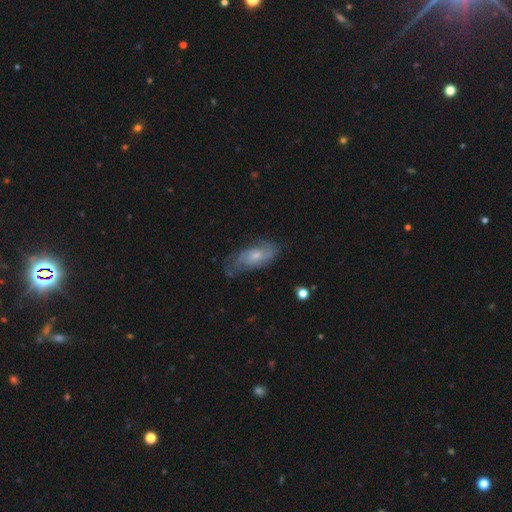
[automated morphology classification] Q: Smooth or featured?
A: featured or disk (59%); runner-up: smooth (34%)
Q: Edge-on disk?
A: no (91%); runner-up: yes (9%)
Q: Bar?
A: no (71%); runner-up: weak (25%)
Q: Spiral arms?
A: yes (81%); runner-up: no (19%)
Q: Bulge size?
A: small (56%); runner-up: moderate (36%)
Q: Merging?
A: none (58%); runner-up: minor disturbance (27%)